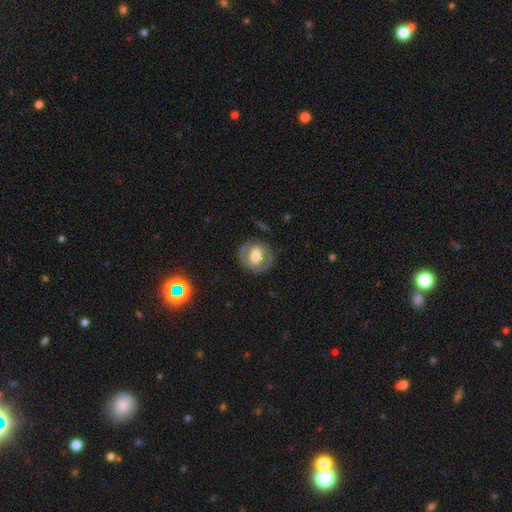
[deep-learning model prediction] Morphology: type=featured or disk (58%); edge-on=no (96%); bar=no (38%); spiral arms=yes (55%); bulge=moderate (57%); merging=none (80%).